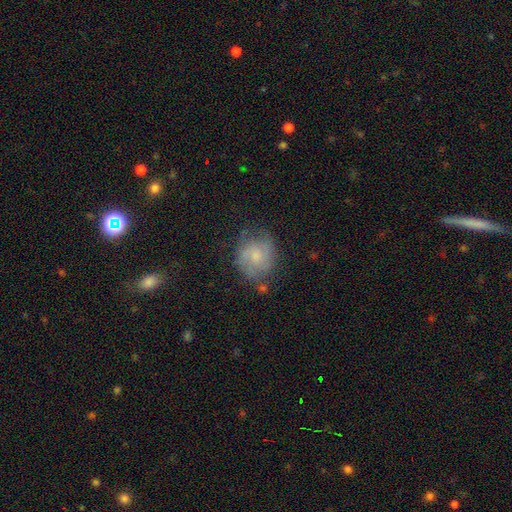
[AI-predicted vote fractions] Overall: featured or disk (47%; smooth 45%). Merging: none (63%; minor disturbance 24%).